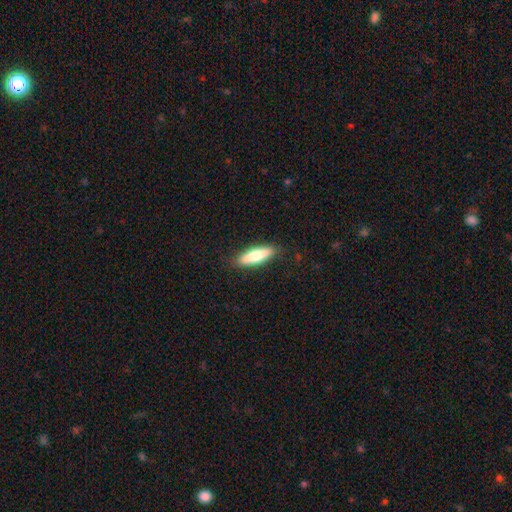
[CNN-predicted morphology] This appears to be a smooth galaxy with no disk features (67%) that is cigar-shaped (63%). Merging: none (88%).